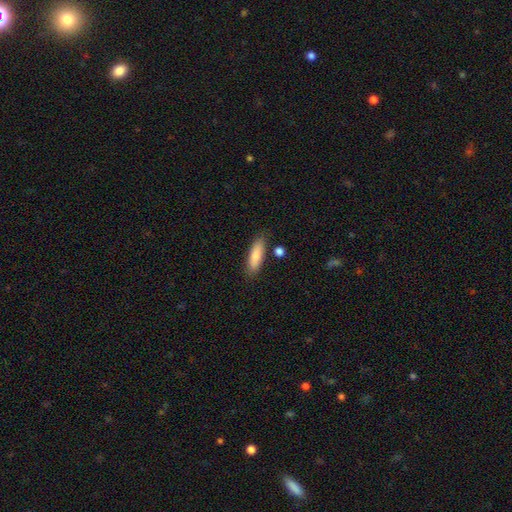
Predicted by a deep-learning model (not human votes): Smooth or featured? Predicted: smooth (p=0.82). How rounded? Predicted: cigar-shaped (p=0.52). Merging? Predicted: none (p=0.80).